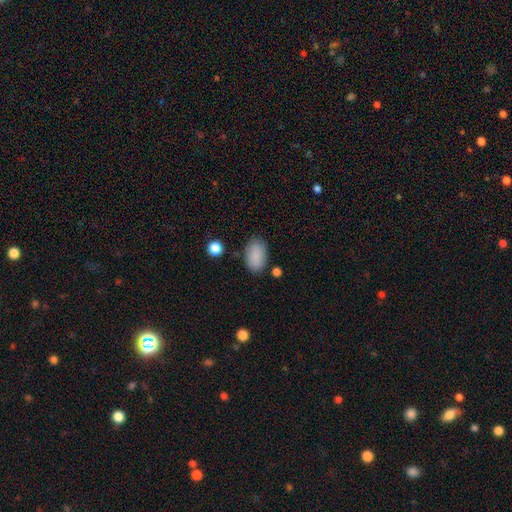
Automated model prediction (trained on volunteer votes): This is clearly a smooth galaxy (87%). How rounded: clearly in between (92%). Merging: clearly none (81%).